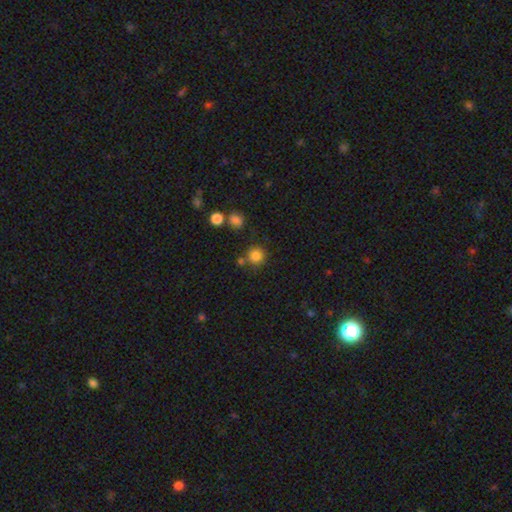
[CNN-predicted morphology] A smooth galaxy with no disk features (82%) that is round (93%). Merging: none (76%).